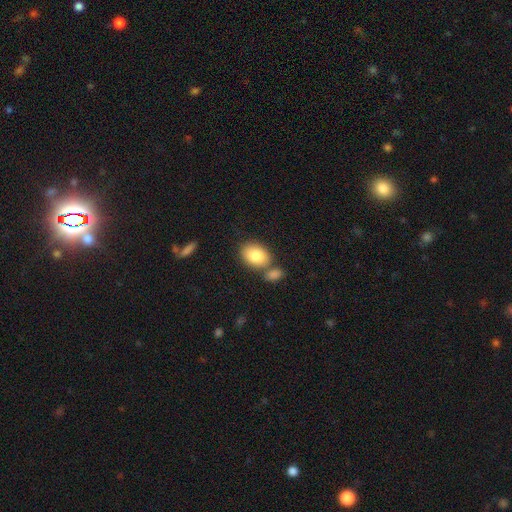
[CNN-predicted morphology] Smooth or featured? Predicted: smooth (p=0.83). How rounded? Predicted: in between (p=0.73). Merging? Predicted: none (p=0.62).